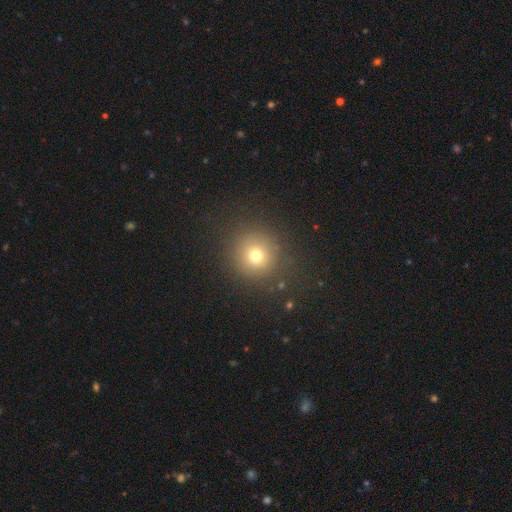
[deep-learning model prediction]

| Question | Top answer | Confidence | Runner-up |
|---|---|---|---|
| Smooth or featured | smooth | 72% | star or artifact (18%) |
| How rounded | round | 93% | in between (6%) |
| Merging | none | 85% | minor disturbance (8%) |